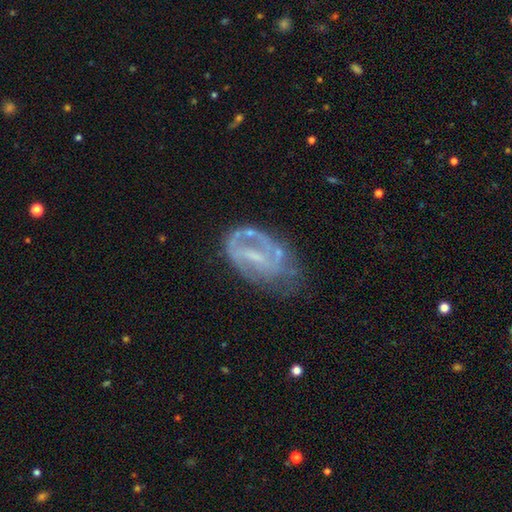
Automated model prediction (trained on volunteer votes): A featured or disk galaxy (71%) with a weak bar (42%), spiral arms (62%) and a small central bulge (44%). Merging: none (45%).